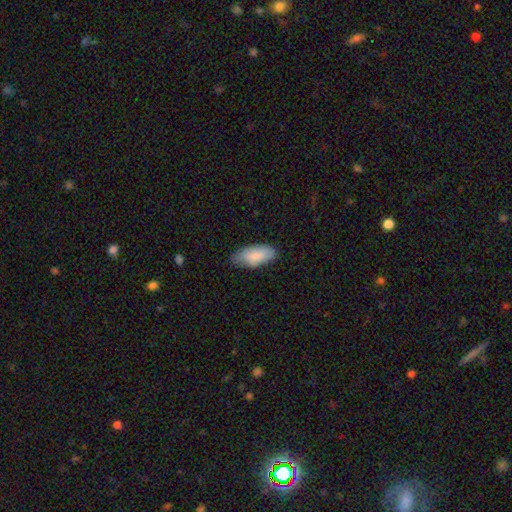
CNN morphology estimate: Smooth or featured? Predicted: smooth (p=0.87). How rounded? Predicted: in between (p=0.88). Merging? Predicted: none (p=0.72).